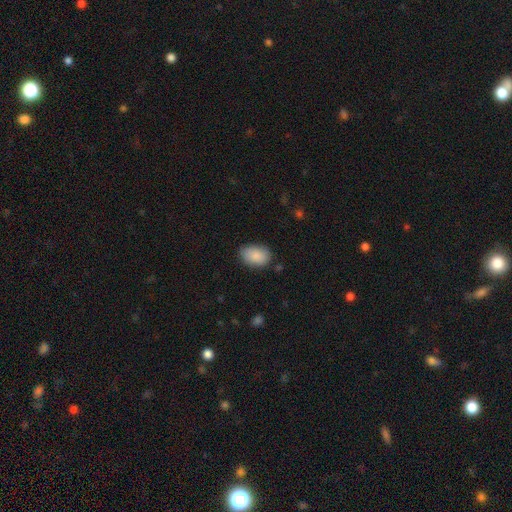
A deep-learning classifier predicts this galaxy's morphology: Smooth or featured: smooth — 88% (star or artifact — 7%)
How rounded: in between — 86% (round — 13%)
Merging: none — 77% (minor disturbance — 18%)